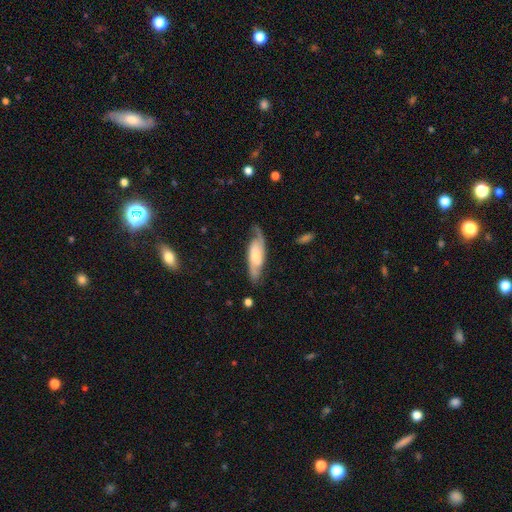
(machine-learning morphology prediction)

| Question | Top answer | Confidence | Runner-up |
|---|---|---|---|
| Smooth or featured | featured or disk | 67% | smooth (27%) |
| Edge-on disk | no | 80% | yes (20%) |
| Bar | no | 56% | weak (32%) |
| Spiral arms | yes | 92% | no (8%) |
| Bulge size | moderate | 41% | small (36%) |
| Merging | none | 70% | minor disturbance (20%) |